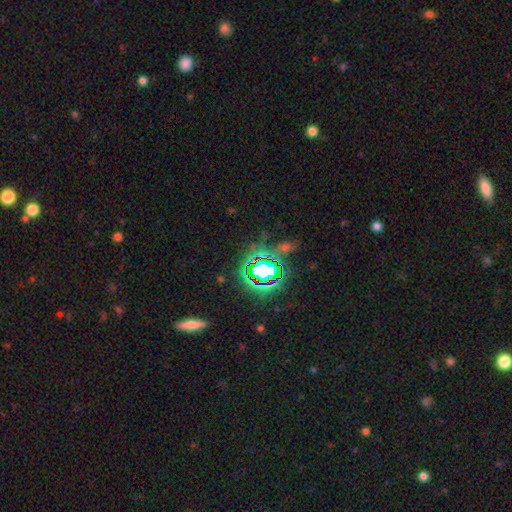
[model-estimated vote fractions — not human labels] smooth_or_featured: star or artifact (p=0.78) [alt: smooth p=0.12]